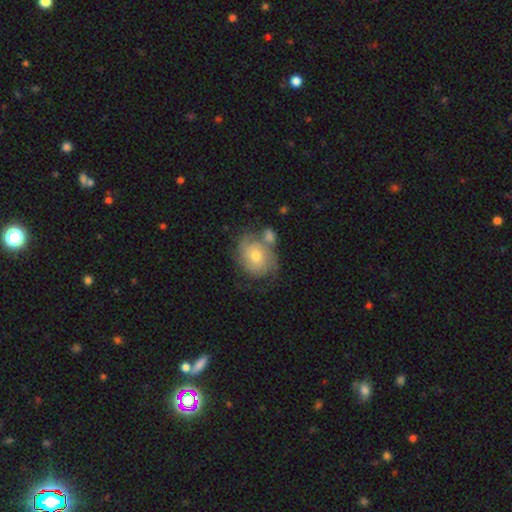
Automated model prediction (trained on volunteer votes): Smooth or featured? featured or disk (66%)
Edge-on disk? no (97%)
Bar? no (76%)
Spiral arms? yes (88%)
Spiral winding? tight (58%)
Spiral arm count? 2 (37%)
Bulge size? moderate (55%)
Merging? none (47%)